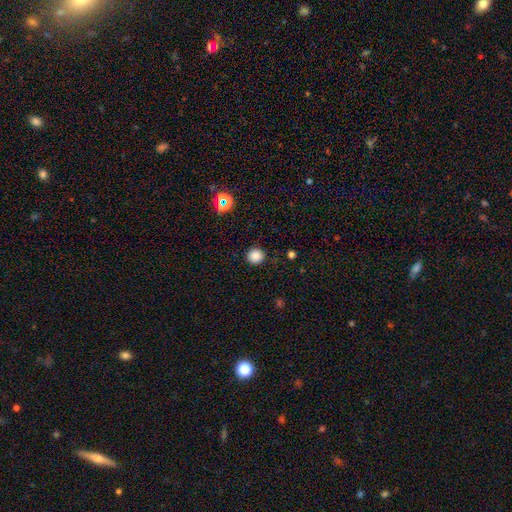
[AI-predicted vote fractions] Q: Smooth or featured?
A: smooth (84%); runner-up: star or artifact (13%)
Q: How rounded?
A: round (92%); runner-up: in between (7%)
Q: Merging?
A: none (89%); runner-up: minor disturbance (7%)